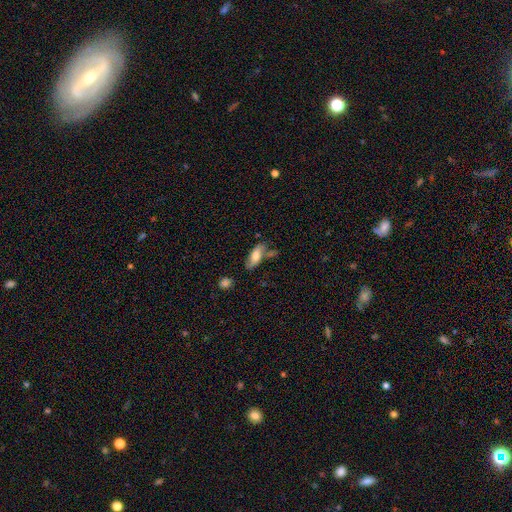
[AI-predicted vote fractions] smooth-or-featured: smooth: 62% | featured or disk: 31% | star or artifact: 7%
  how-rounded: in between: 78% | cigar-shaped: 19% | round: 3%
  merging: none: 60% | minor disturbance: 22% | merger: 11% | major disturbance: 7%